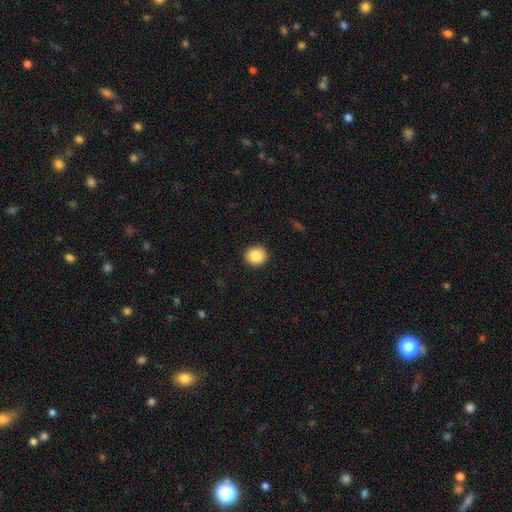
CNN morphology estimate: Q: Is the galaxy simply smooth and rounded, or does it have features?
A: smooth — 87%.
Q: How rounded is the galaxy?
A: round — 87%.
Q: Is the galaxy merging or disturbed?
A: none — 92%.